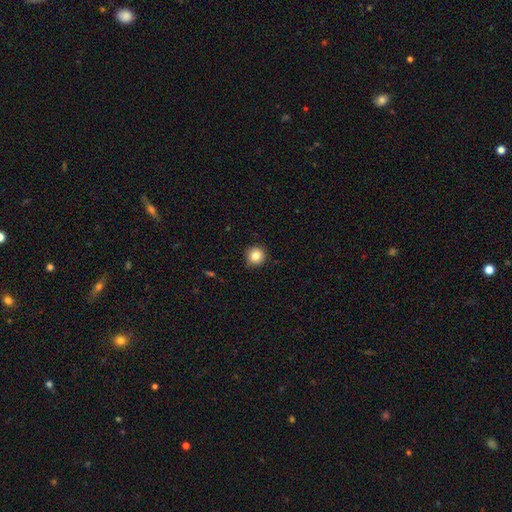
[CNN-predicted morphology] A smooth galaxy with no disk features (83%) that is round (94%). Merging: none (90%).